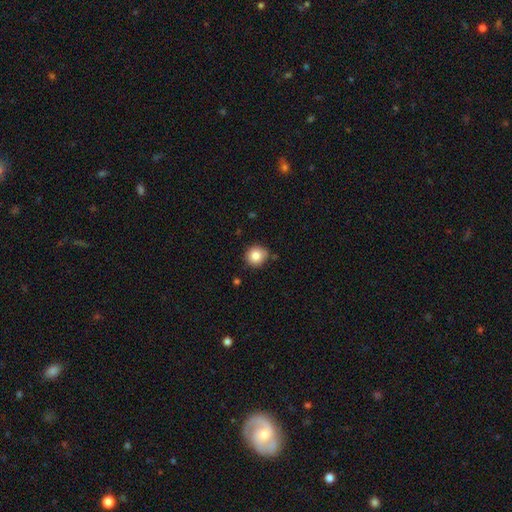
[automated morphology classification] This is clearly a smooth galaxy (83%). How rounded: clearly round (91%). Merging: clearly none (82%).